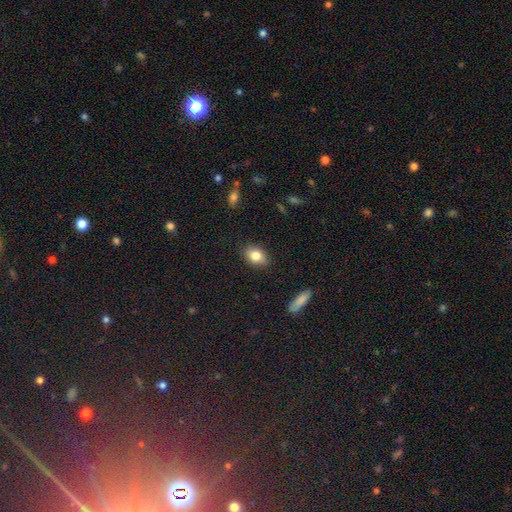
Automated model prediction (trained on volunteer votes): This appears to be a smooth galaxy with no disk features (82%) that is in between round and cigar-shaped (79%). Merging: none (87%).